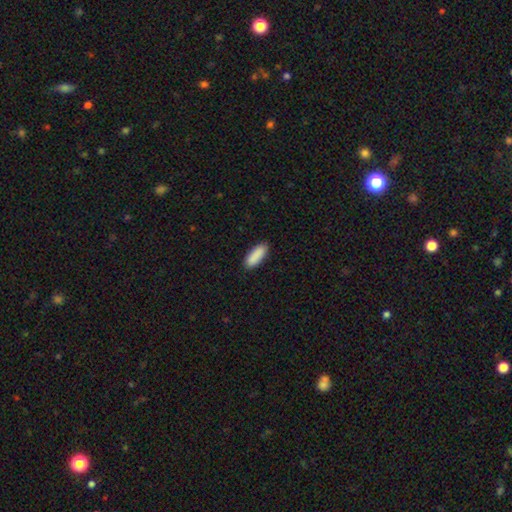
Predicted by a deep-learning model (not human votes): smooth 90%, star or artifact 6%, featured or disk 4%. Down the decision tree: how rounded — in between (72%); merging — none (89%).